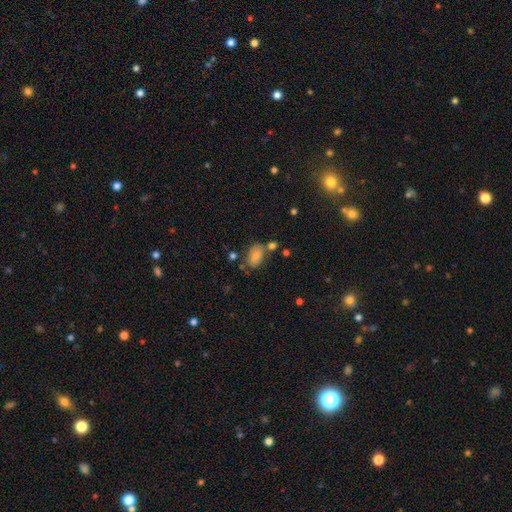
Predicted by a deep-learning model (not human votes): Smooth or featured? smooth (79%)
How rounded? in between (90%)
Merging? none (60%)